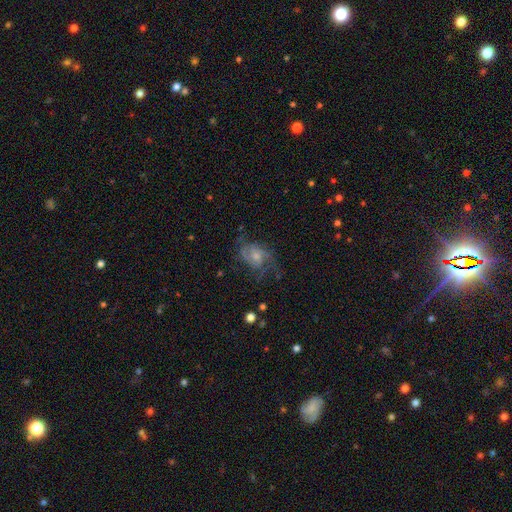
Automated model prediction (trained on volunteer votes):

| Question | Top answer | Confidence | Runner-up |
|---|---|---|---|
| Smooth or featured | featured or disk | 75% | smooth (14%) |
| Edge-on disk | no | 97% | yes (3%) |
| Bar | no | 66% | weak (29%) |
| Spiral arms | yes | 93% | no (7%) |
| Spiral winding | medium | 49% | tight (26%) |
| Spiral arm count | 2 | 49% | can't tell (19%) |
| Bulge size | small | 46% | moderate (42%) |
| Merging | none | 63% | minor disturbance (19%) |